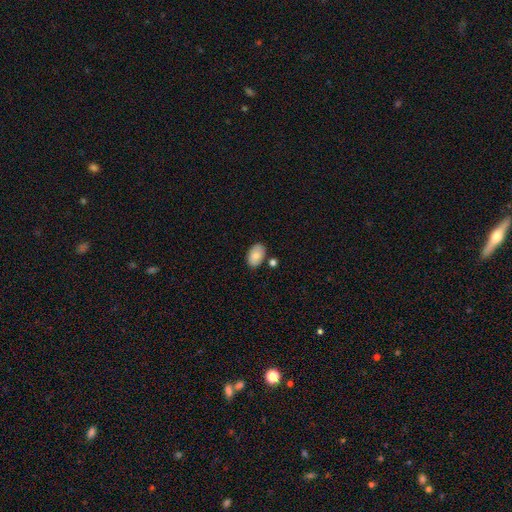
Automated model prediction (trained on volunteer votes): smooth 86%, featured or disk 8%, star or artifact 7%. Down the decision tree: how rounded — in between (91%); merging — none (78%).